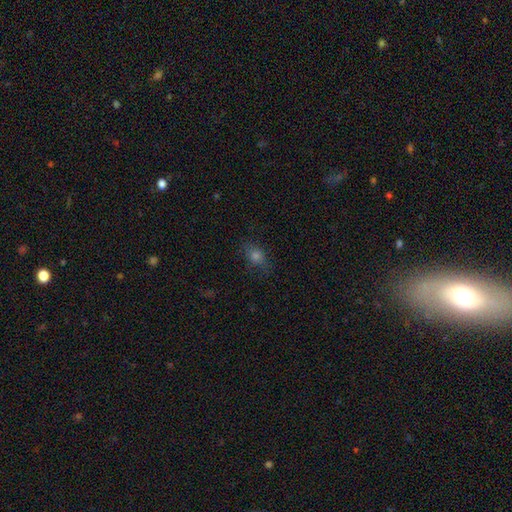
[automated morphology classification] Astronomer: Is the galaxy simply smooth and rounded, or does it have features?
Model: smooth — 65%.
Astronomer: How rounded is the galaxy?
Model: in between — 54% (runner-up: round, 43%).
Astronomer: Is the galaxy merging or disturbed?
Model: none — 78%.